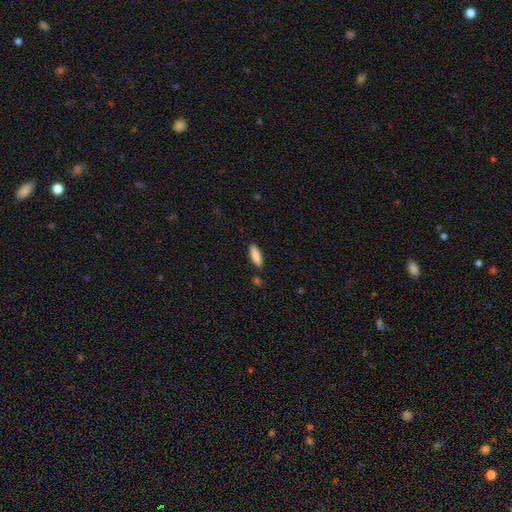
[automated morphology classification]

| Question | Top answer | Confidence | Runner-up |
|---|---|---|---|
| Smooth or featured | smooth | 87% | featured or disk (7%) |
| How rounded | in between | 56% | cigar-shaped (42%) |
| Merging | none | 85% | minor disturbance (10%) |